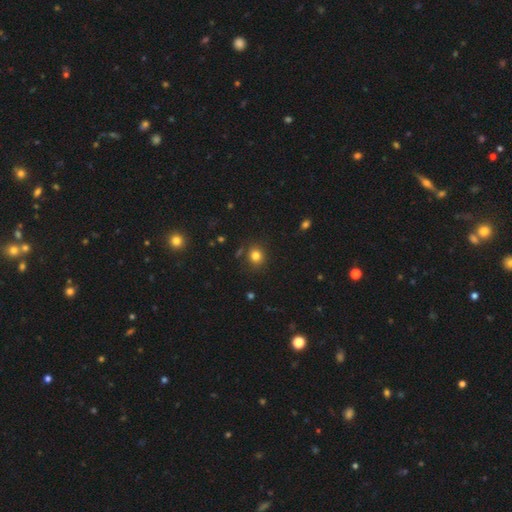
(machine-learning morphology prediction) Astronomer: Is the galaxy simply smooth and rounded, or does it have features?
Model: smooth — 80%.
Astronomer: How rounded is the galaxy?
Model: round — 81%.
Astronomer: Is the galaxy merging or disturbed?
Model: none — 84%.